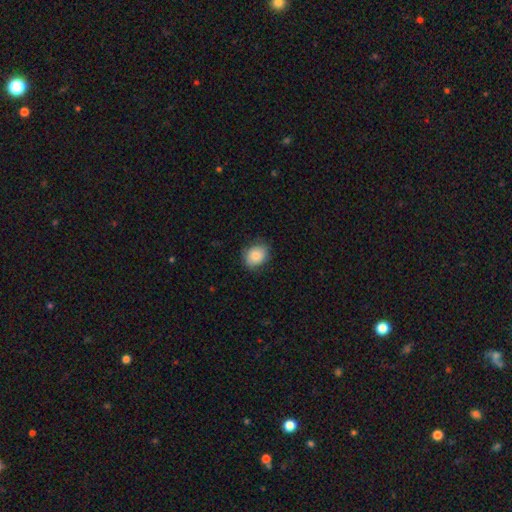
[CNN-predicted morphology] Smooth or featured: smooth — 84% (star or artifact — 8%)
How rounded: round — 51% (in between — 48%)
Merging: none — 82% (minor disturbance — 14%)